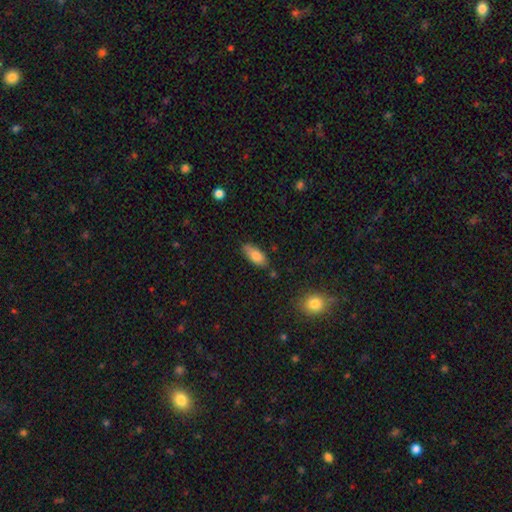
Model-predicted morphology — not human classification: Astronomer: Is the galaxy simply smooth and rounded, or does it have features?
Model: smooth — 82%.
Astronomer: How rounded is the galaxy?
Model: in between — 84%.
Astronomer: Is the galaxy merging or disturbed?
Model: none — 72%.